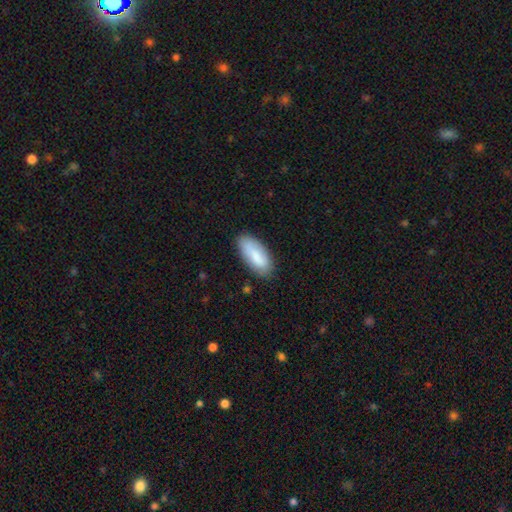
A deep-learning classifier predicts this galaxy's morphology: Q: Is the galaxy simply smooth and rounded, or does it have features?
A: smooth — 82%.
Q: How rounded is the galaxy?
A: in between — 85%.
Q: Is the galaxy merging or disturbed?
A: none — 79%.